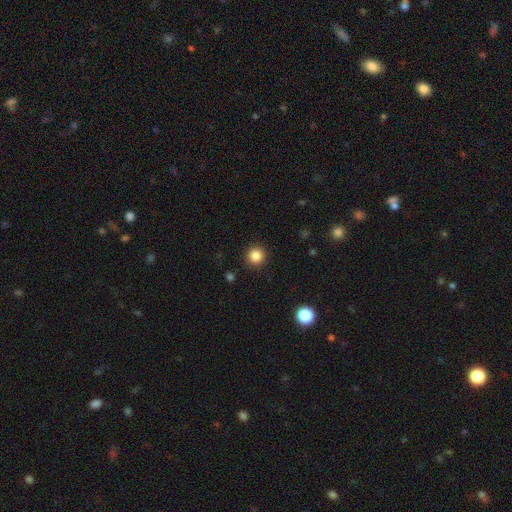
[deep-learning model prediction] smooth_or_featured: smooth (p=0.85) [alt: star or artifact p=0.11]
how_rounded: round (p=0.94) [alt: in between p=0.05]
merging: none (p=0.91) [alt: minor disturbance p=0.05]